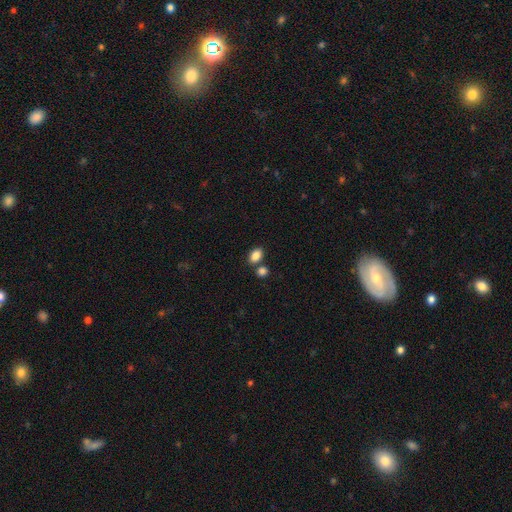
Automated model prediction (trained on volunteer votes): Smooth or featured: smooth — 86% (star or artifact — 9%)
How rounded: in between — 82% (round — 17%)
Merging: none — 64% (merger — 23%)